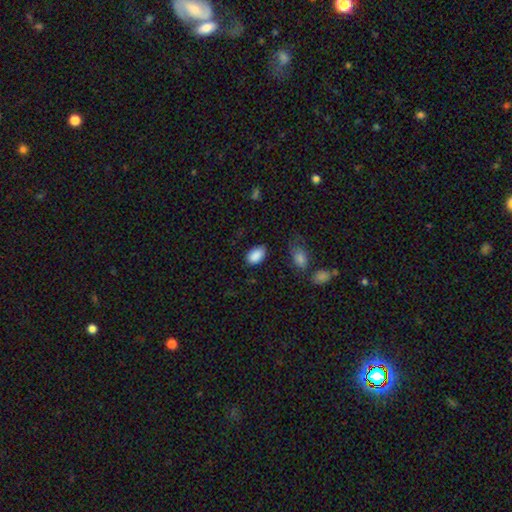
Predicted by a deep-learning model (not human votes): smooth-or-featured: smooth: 89% | star or artifact: 7% | featured or disk: 4%
  how-rounded: in between: 91% | round: 8% | cigar-shaped: 1%
  merging: none: 77% | minor disturbance: 17% | major disturbance: 4% | merger: 2%